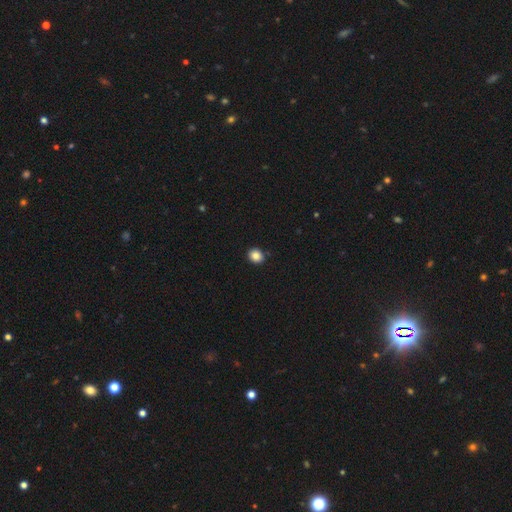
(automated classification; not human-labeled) Smooth or featured? smooth (85%)
How rounded? round (73%)
Merging? none (90%)